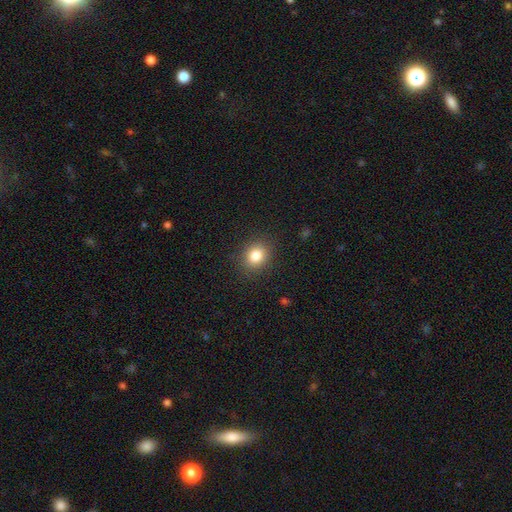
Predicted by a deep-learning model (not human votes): smooth-or-featured: smooth: 83% | star or artifact: 11% | featured or disk: 7%
  how-rounded: round: 63% | in between: 36% | cigar-shaped: 1%
  merging: none: 88% | minor disturbance: 9% | major disturbance: 3% | merger: 1%